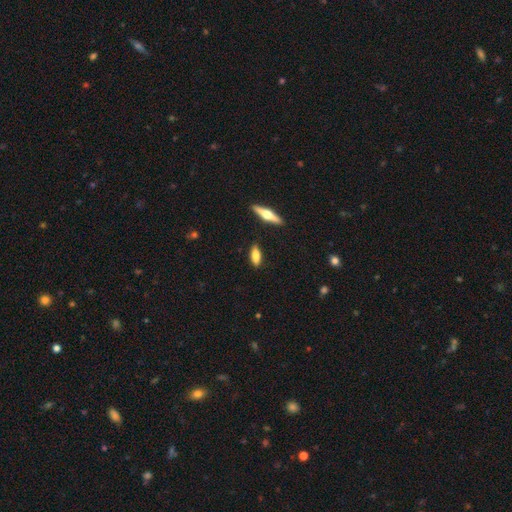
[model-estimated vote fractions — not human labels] Smooth or featured: smooth — 73% (featured or disk — 20%)
How rounded: in between — 62% (cigar-shaped — 35%)
Merging: none — 86% (minor disturbance — 10%)